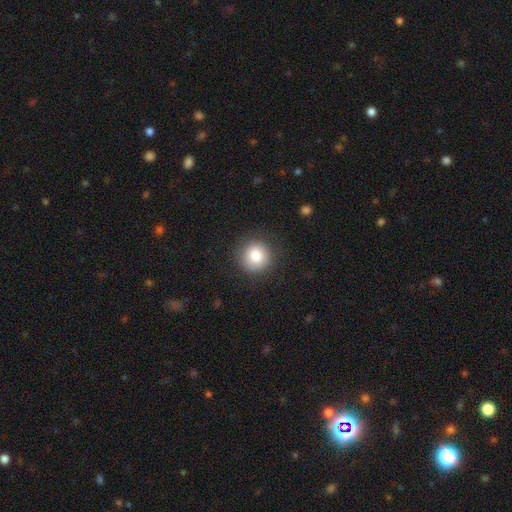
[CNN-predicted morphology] A smooth galaxy with no disk features (84%) that is round (93%). Merging: none (87%).